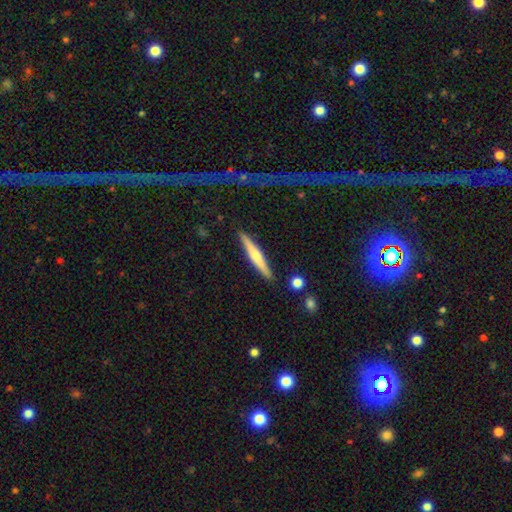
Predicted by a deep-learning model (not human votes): Smooth or featured? smooth (49%)
Merging? none (88%)